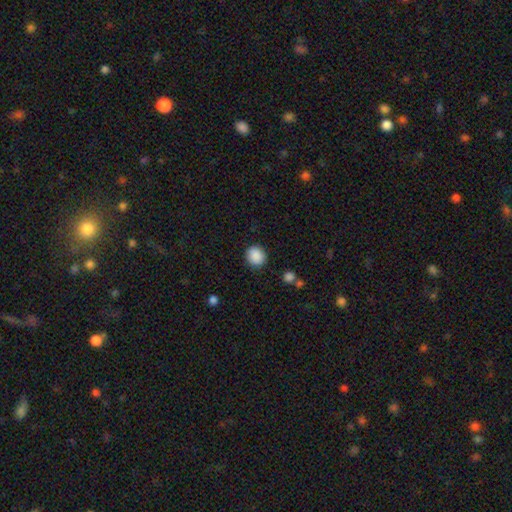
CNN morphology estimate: smooth 89%, star or artifact 8%, featured or disk 3%. Down the decision tree: how rounded — round (83%); merging — none (89%).